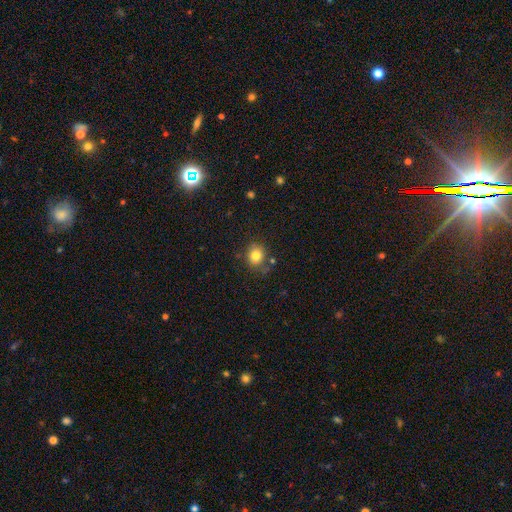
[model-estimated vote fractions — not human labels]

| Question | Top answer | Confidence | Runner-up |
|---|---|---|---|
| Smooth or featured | smooth | 81% | star or artifact (11%) |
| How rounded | round | 73% | in between (26%) |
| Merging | none | 75% | minor disturbance (15%) |